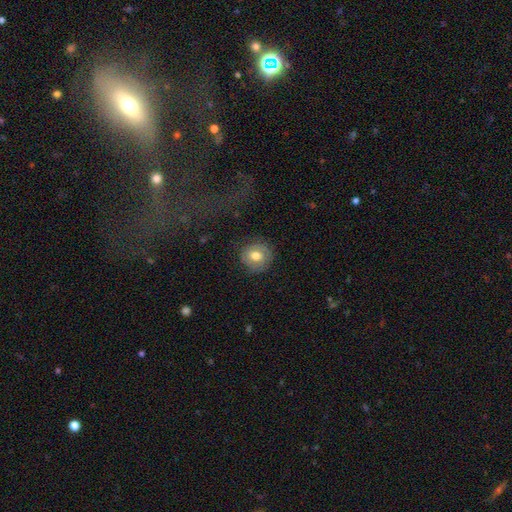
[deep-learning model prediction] Smooth or featured?
  - smooth: 69% *
  - featured or disk: 23%
  - star or artifact: 8%
How rounded?
  - round: 88% *
  - in between: 11%
  - cigar-shaped: 1%
Merging?
  - none: 83% *
  - minor disturbance: 12%
  - major disturbance: 4%
  - merger: 1%